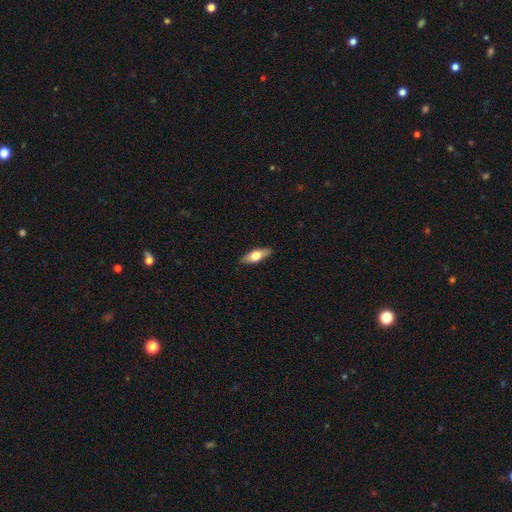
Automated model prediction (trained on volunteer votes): Smooth or featured? Predicted: smooth (p=0.60). How rounded? Predicted: in between (p=0.64). Merging? Predicted: none (p=0.88).